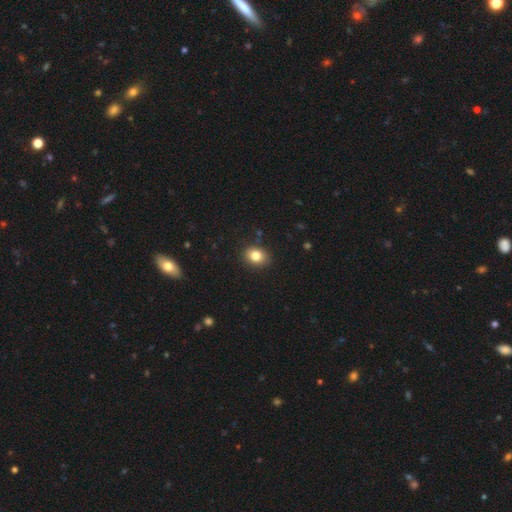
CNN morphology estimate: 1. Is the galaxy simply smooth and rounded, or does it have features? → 82% smooth, 10% star or artifact, 8% featured or disk.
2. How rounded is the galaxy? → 54% in between, 45% round, 1% cigar-shaped.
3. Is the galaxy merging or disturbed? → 87% none, 10% minor disturbance, 2% major disturbance, 1% merger.